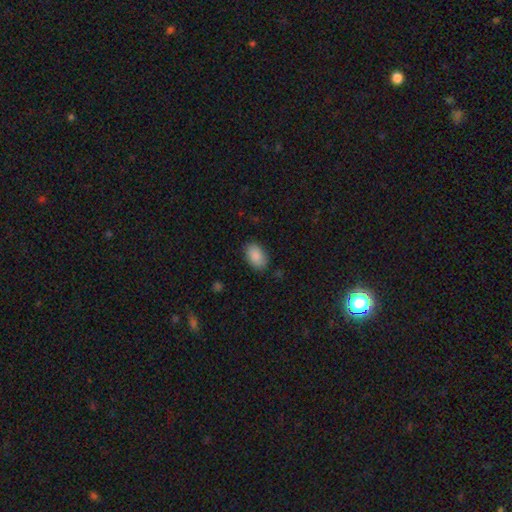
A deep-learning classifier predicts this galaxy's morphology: Smooth or featured: smooth — 89% (star or artifact — 7%)
How rounded: in between — 91% (round — 8%)
Merging: none — 85% (minor disturbance — 11%)